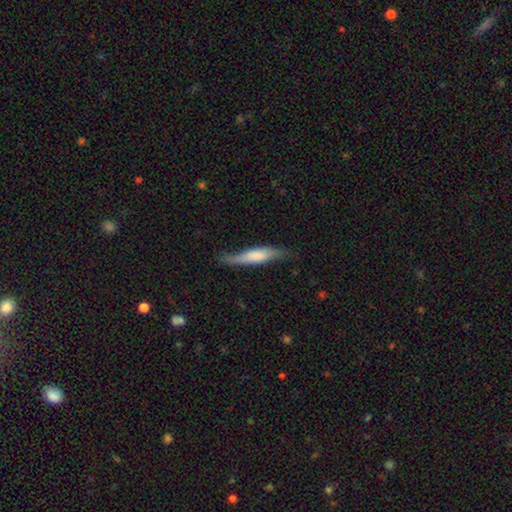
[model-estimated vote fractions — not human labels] Q: Smooth or featured?
A: smooth (57%); runner-up: featured or disk (37%)
Q: How rounded?
A: cigar-shaped (84%); runner-up: in between (14%)
Q: Merging?
A: none (65%); runner-up: minor disturbance (26%)